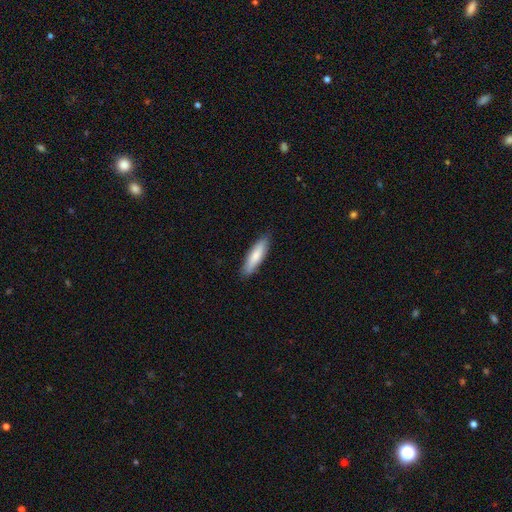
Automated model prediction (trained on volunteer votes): The model was most divided on "how rounded": cigar-shaped: 66%, in between: 32%, round: 1%. More confident: merging — none (87%); smooth or featured — smooth (78%).